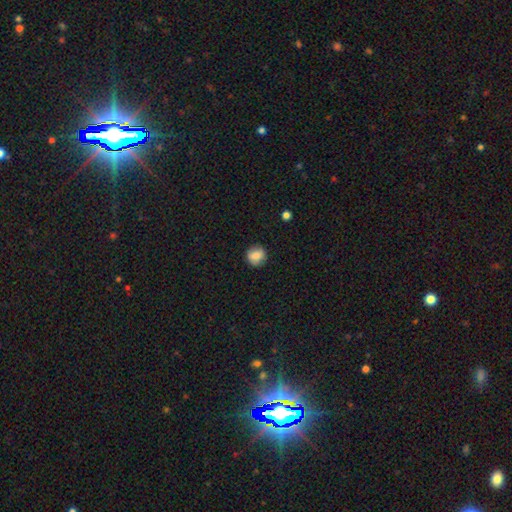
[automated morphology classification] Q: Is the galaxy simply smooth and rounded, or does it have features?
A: smooth — 83%.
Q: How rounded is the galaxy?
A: round — 87%.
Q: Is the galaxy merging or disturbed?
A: none — 88%.